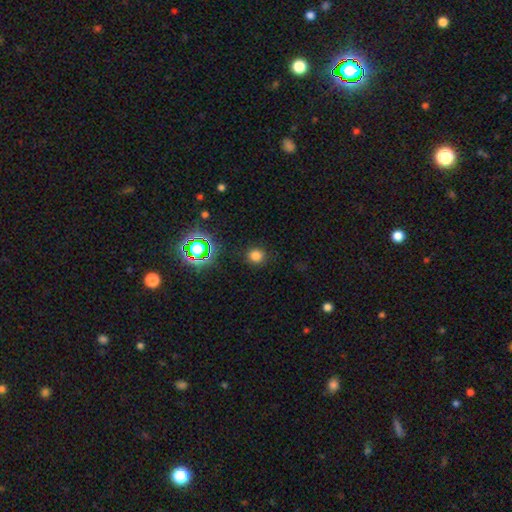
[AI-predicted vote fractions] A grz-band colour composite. It shows a smooth galaxy with no disk features (74%) that is round (84%). Merging: none (86%).